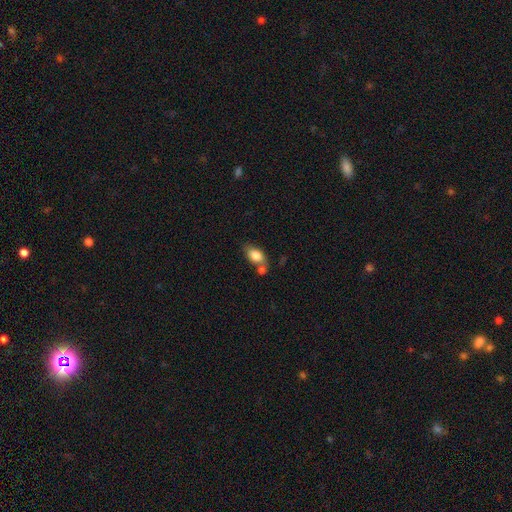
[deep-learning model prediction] Morphology: type=smooth (81%); roundness=in between (84%); merging=none (53%).